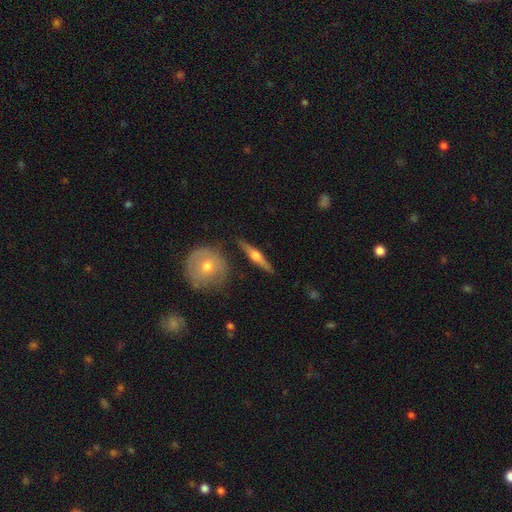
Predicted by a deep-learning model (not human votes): Q: Smooth or featured?
A: featured or disk (68%); runner-up: smooth (27%)
Q: Edge-on disk?
A: yes (96%); runner-up: no (4%)
Q: Edge-on bulge?
A: rounded (93%); runner-up: boxy (4%)
Q: Merging?
A: none (86%); runner-up: minor disturbance (8%)